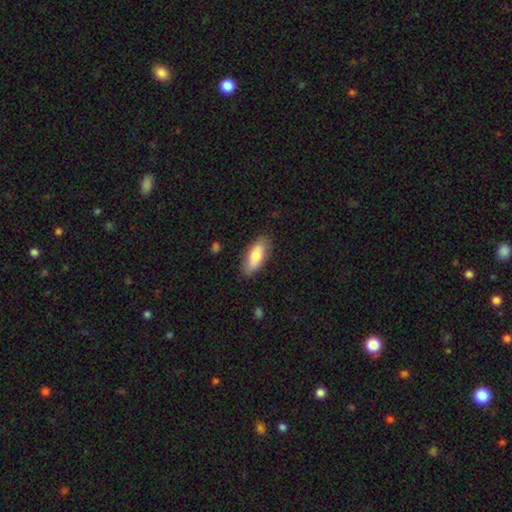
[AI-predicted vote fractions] Smooth or featured: smooth — 77% (featured or disk — 18%)
How rounded: in between — 75% (cigar-shaped — 23%)
Merging: none — 83% (minor disturbance — 13%)